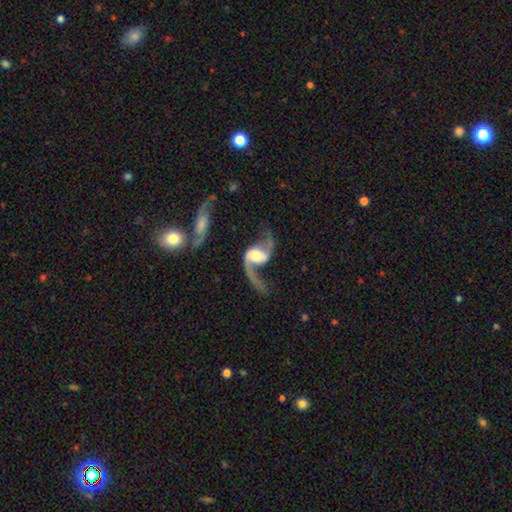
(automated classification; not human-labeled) Smooth or featured: featured or disk — 88% (smooth — 7%)
Edge-on disk: no — 97% (yes — 3%)
Bar: weak — 40% (no — 39%)
Spiral arms: yes — 96% (no — 4%)
Spiral winding: loose — 82% (medium — 15%)
Spiral arm count: 2 — 88% (1 — 7%)
Bulge size: moderate — 44% (large — 24%)
Merging: none — 51% (major disturbance — 24%)